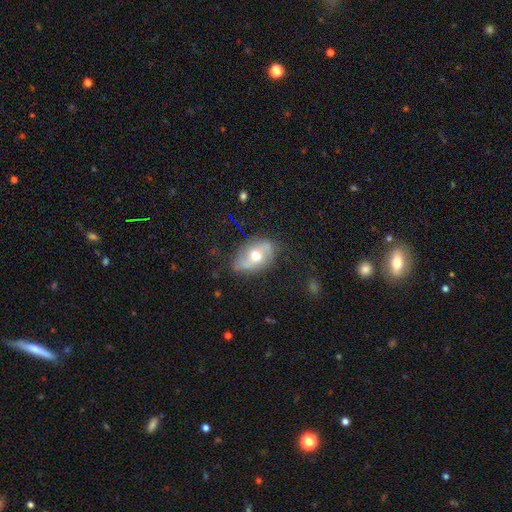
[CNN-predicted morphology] Smooth or featured?
  - featured or disk: 57% *
  - smooth: 34%
  - star or artifact: 9%
Edge-on disk?
  - no: 91% *
  - yes: 9%
Bar?
  - no: 56% *
  - weak: 30%
  - strong: 14%
Spiral arms?
  - yes: 68% *
  - no: 32%
Bulge size?
  - moderate: 76% *
  - small: 13%
  - large: 8%
  - dominant: 1%
  - none: 1%
Merging?
  - none: 68% *
  - minor disturbance: 23%
  - major disturbance: 7%
  - merger: 2%